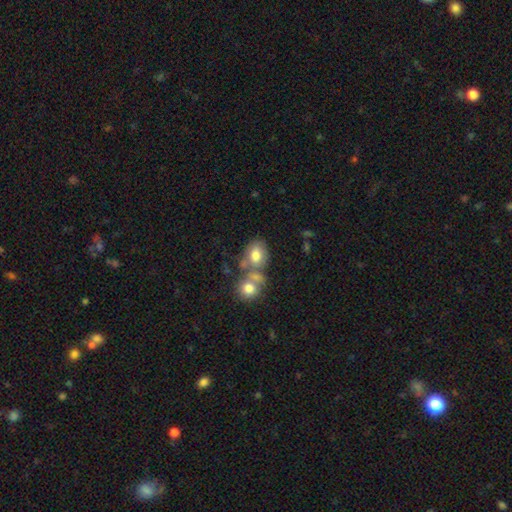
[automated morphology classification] This is likely a smooth galaxy (74%). How rounded: likely in between (62%). Merging: marginally merger (44%).